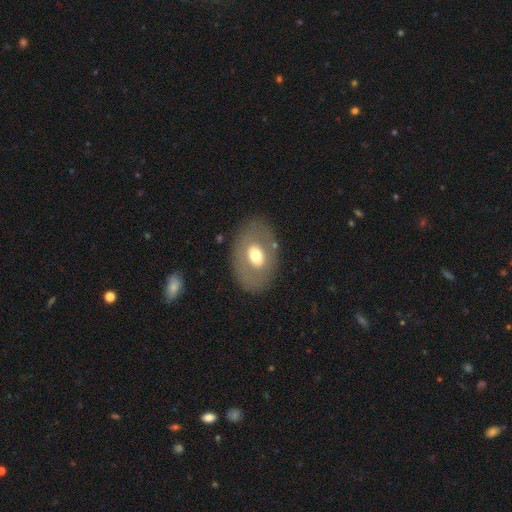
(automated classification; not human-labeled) Overall: smooth (56%; featured or disk 37%). How rounded: in between (78%). Merging: none (81%).